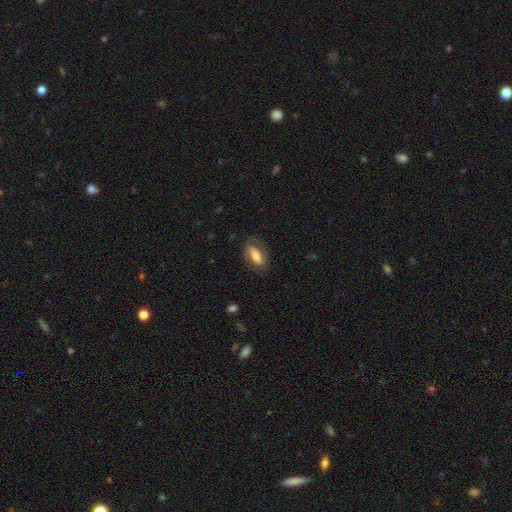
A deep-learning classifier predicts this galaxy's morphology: A smooth galaxy with no disk features (50%) that is in between round and cigar-shaped (78%). Merging: none (72%).